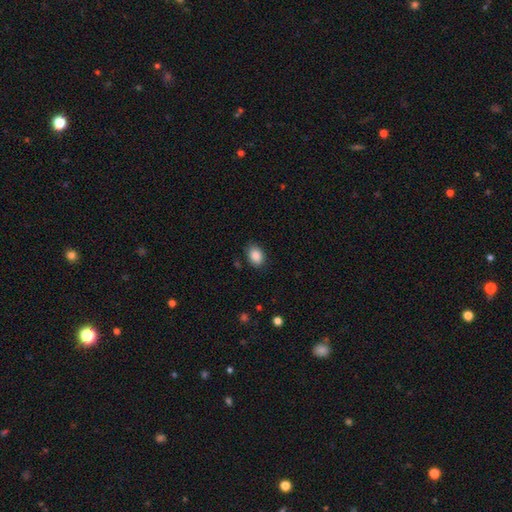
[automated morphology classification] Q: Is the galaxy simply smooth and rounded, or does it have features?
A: smooth — 88%.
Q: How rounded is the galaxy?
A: in between — 72%.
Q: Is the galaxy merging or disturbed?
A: none — 84%.